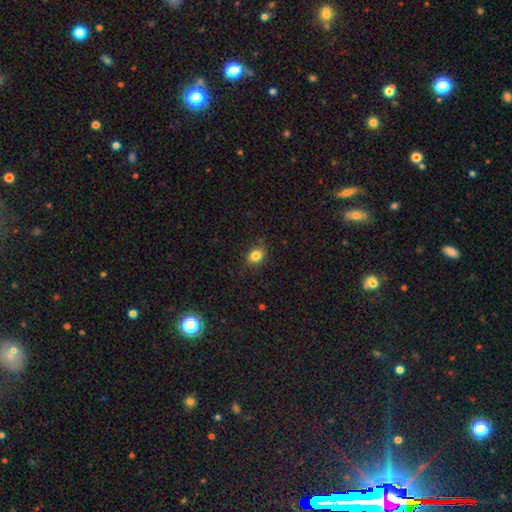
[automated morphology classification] Smooth or featured? smooth (83%)
How rounded? in between (55%)
Merging? none (84%)